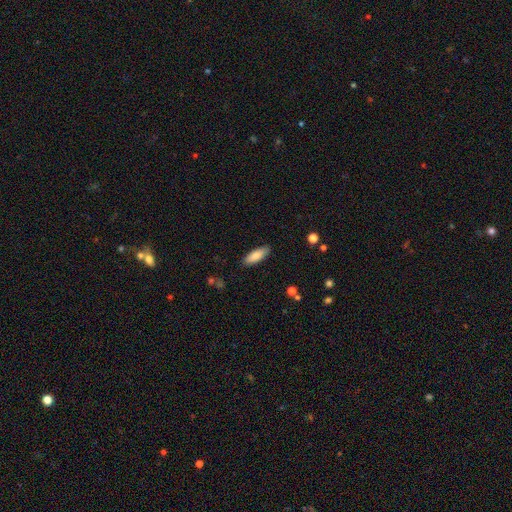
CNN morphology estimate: Smooth or featured? smooth (85%)
How rounded? in between (66%)
Merging? none (87%)